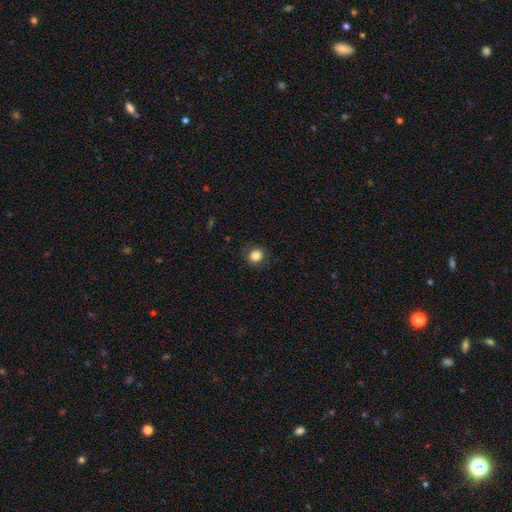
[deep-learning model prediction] A smooth galaxy with no disk features (84%) that is round (82%).

Vote fractions:
- Smooth or featured? smooth: 84% / star or artifact: 11% / featured or disk: 5%
- How rounded? round: 82% / in between: 17% / cigar-shaped: 1%
- Merging? none: 86% / minor disturbance: 10% / major disturbance: 3% / merger: 1%